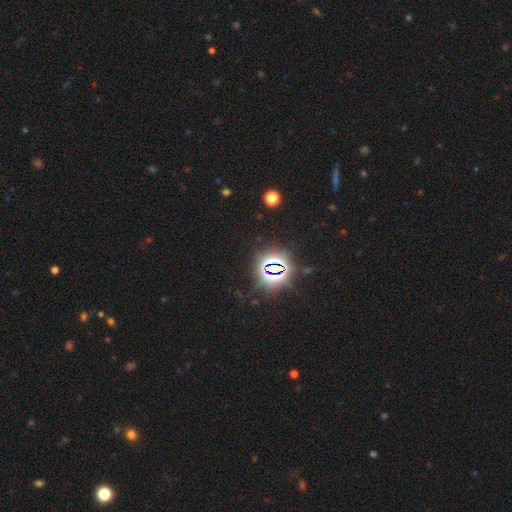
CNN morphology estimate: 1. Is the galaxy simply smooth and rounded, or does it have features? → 82% star or artifact, 11% smooth, 7% featured or disk.